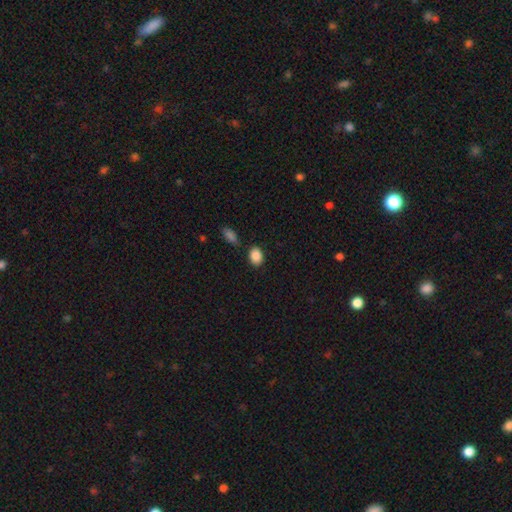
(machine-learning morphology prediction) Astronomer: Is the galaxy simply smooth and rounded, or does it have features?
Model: smooth — 88%.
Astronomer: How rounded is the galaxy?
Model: in between — 69%.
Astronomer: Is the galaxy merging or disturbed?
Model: none — 78%.